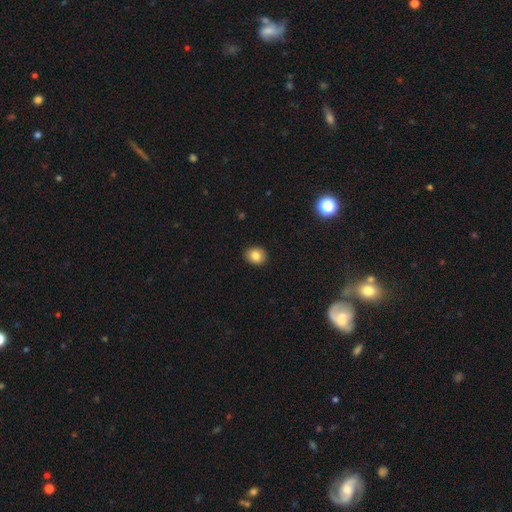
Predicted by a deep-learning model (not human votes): A smooth galaxy with no disk features (84%) that is round (67%). Merging: none (91%).